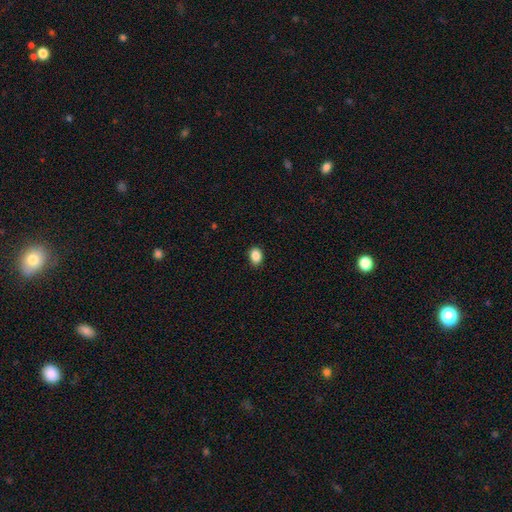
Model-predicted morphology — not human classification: Overall: smooth (88%). How rounded: in between (74%). Merging: none (89%).